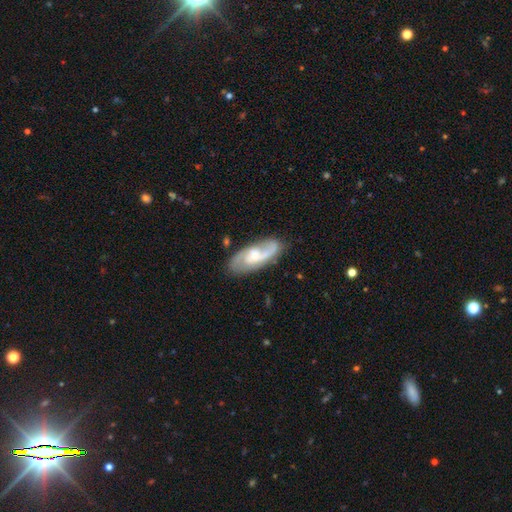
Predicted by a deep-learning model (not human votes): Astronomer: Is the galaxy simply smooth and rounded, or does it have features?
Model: featured or disk — 77%.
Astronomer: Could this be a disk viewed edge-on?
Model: no — 93%.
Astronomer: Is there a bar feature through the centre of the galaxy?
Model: no — 51% (runner-up: weak, 41%).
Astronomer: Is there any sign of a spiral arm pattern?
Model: yes — 94%.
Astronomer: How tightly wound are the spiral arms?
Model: medium — 51%.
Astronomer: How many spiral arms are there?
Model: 2 — 78%.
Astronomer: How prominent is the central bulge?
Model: small — 50% (runner-up: moderate, 39%).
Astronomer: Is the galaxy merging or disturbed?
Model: none — 76%.